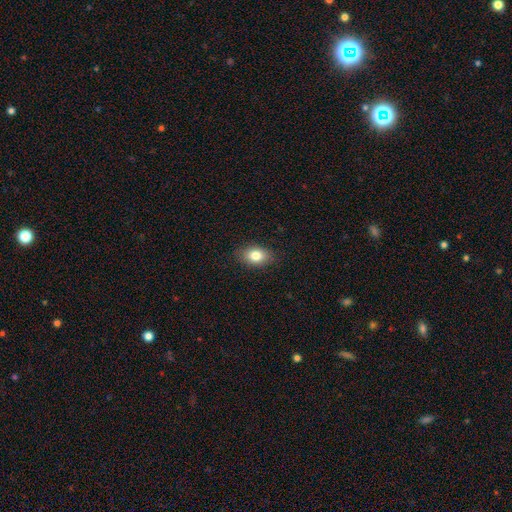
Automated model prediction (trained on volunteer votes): This appears to be a smooth galaxy with no disk features (82%) that is in between round and cigar-shaped (78%). Merging: none (87%).